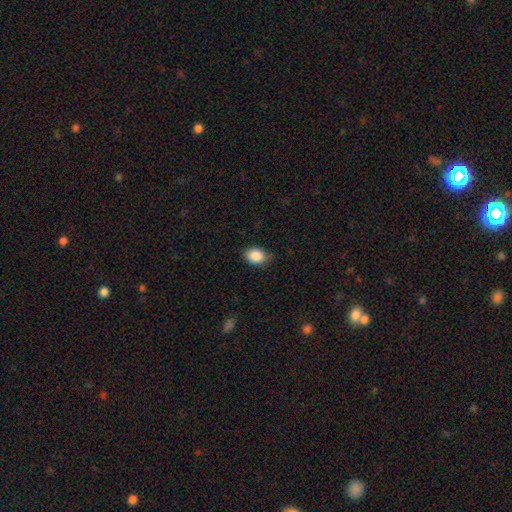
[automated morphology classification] Smooth or featured? Predicted: smooth (p=0.88). How rounded? Predicted: in between (p=0.67). Merging? Predicted: none (p=0.83).